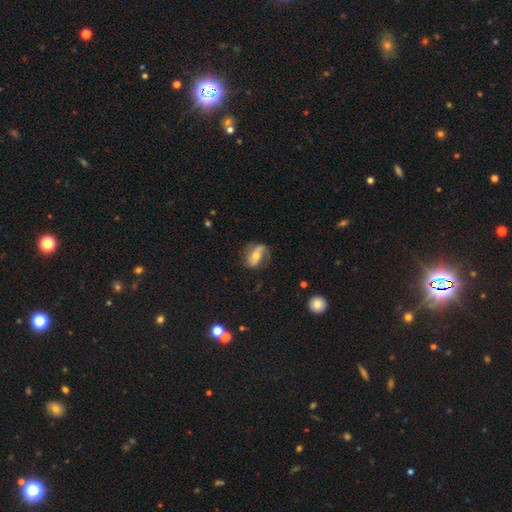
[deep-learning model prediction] Smooth or featured? Predicted: featured or disk (p=0.64). Edge-on disk? Predicted: no (p=0.94). Bar? Predicted: no (p=0.40). Spiral arms? Predicted: yes (p=0.85). Spiral winding? Predicted: loose (p=0.44). Spiral arm count? Predicted: 2 (p=0.68). Bulge size? Predicted: moderate (p=0.55). Merging? Predicted: none (p=0.59).